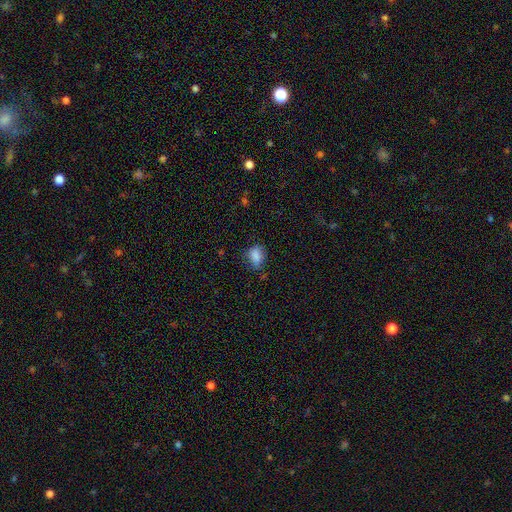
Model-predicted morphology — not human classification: This appears to be a smooth galaxy with no disk features (82%) that is in between round and cigar-shaped (76%). Merging: none (59%).